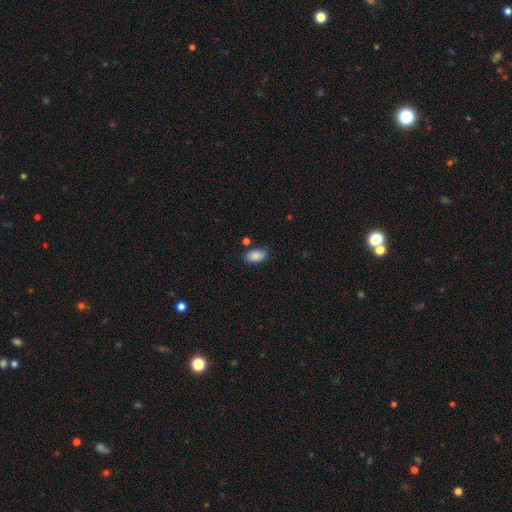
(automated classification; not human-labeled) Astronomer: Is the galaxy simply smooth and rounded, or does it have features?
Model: smooth — 87%.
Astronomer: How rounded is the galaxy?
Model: in between — 93%.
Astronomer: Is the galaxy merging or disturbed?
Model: none — 77%.